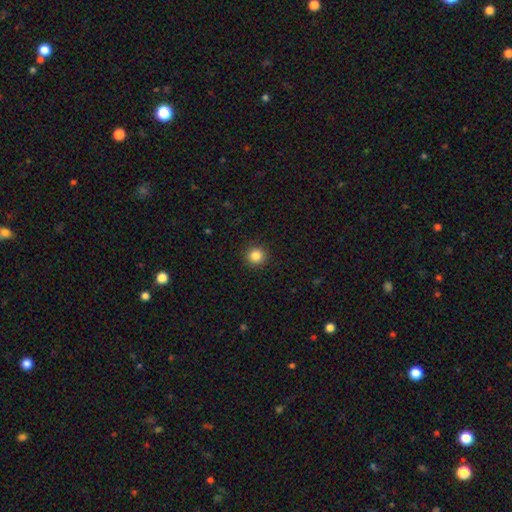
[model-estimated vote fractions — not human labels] Morphology: type=smooth (85%); roundness=round (95%); merging=none (92%).